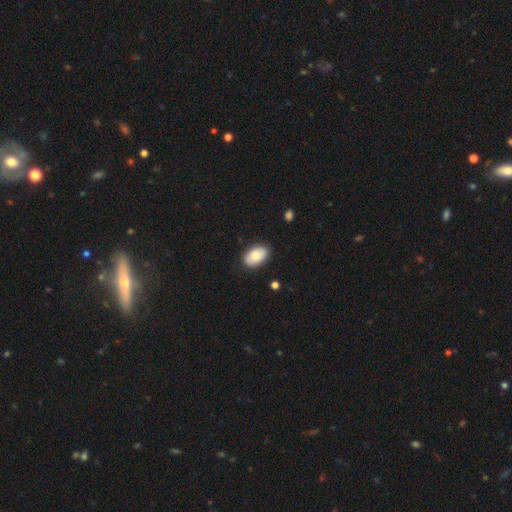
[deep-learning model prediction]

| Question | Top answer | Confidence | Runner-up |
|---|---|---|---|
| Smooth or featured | smooth | 80% | featured or disk (14%) |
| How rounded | in between | 92% | round (7%) |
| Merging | none | 87% | minor disturbance (10%) |